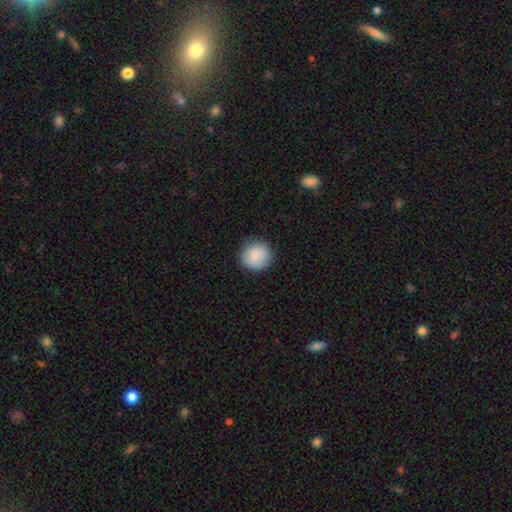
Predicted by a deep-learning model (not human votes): A smooth galaxy with no disk features (88%) that is round (92%). Merging: none (86%).